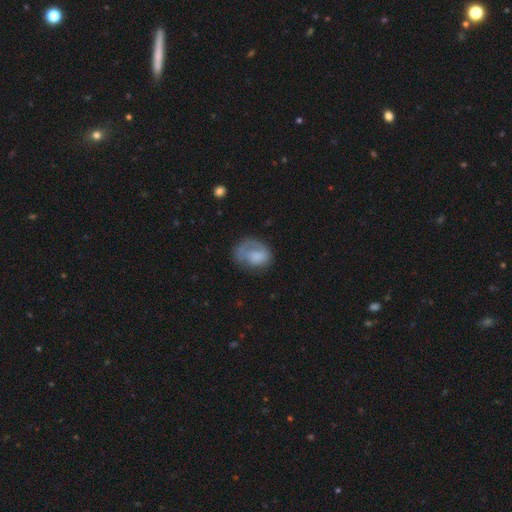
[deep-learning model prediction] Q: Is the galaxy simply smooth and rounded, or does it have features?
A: smooth — 60%.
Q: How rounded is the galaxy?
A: in between — 62%.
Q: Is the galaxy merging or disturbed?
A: none — 40%.